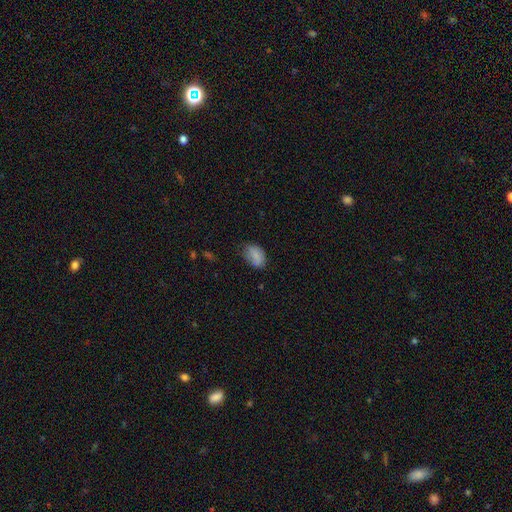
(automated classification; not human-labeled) Smooth or featured?
  - smooth: 83% *
  - featured or disk: 9%
  - star or artifact: 8%
How rounded?
  - in between: 87% *
  - round: 12%
  - cigar-shaped: 1%
Merging?
  - none: 64% *
  - minor disturbance: 28%
  - major disturbance: 6%
  - merger: 2%